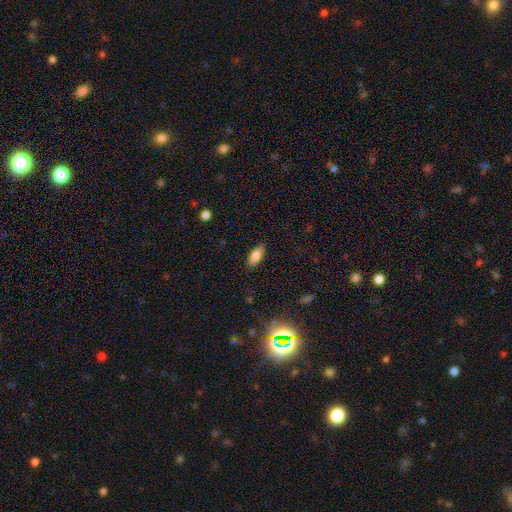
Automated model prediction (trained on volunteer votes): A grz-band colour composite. It shows a smooth galaxy with no disk features (81%) that is in between round and cigar-shaped (81%). Merging: none (87%).